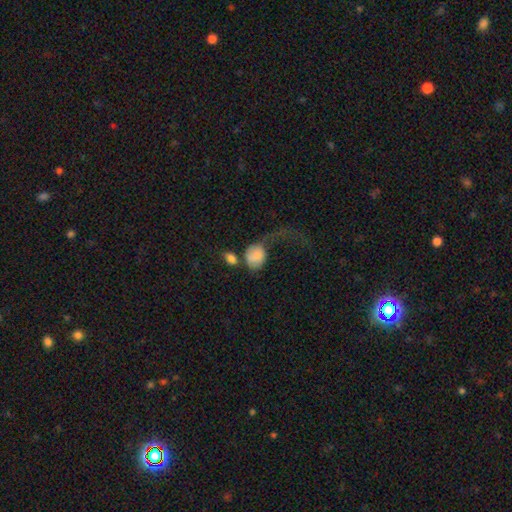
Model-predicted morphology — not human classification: This appears to be a smooth galaxy with no disk features (74%) that is round (50%). Merging: major disturbance (41%).